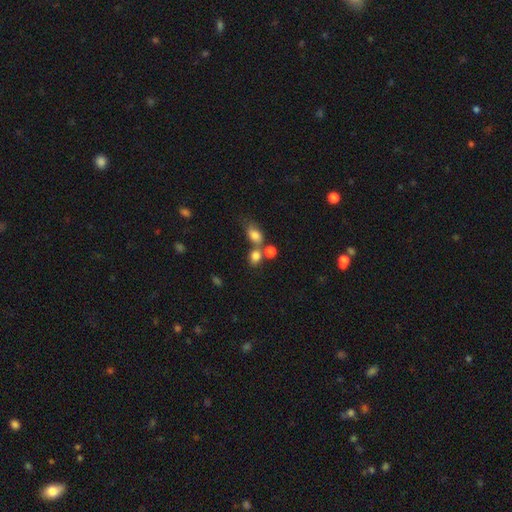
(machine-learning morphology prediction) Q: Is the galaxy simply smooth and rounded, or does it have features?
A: smooth — 79%.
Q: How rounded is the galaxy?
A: round — 51%.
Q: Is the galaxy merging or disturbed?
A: merger — 43%.